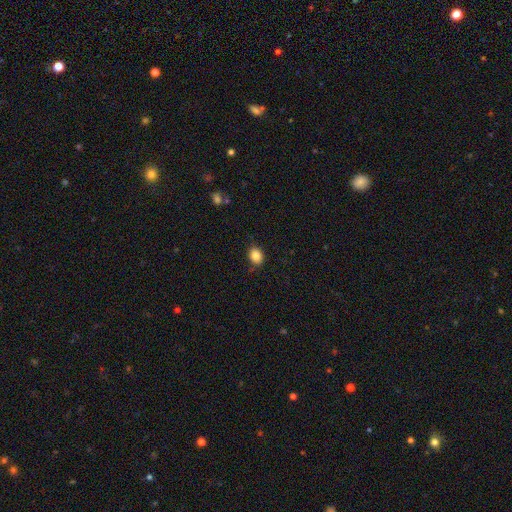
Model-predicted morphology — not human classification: smooth-or-featured: smooth: 86% | star or artifact: 9% | featured or disk: 5%
  how-rounded: in between: 61% | round: 38% | cigar-shaped: 1%
  merging: none: 85% | minor disturbance: 11% | major disturbance: 2% | merger: 1%